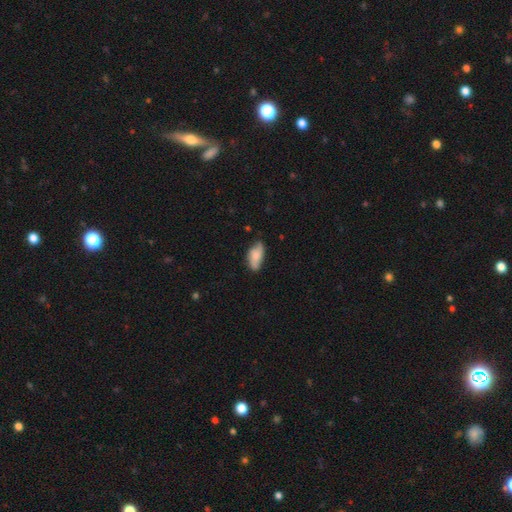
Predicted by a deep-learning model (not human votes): Q: Smooth or featured?
A: smooth (66%); runner-up: featured or disk (26%)
Q: How rounded?
A: in between (88%); runner-up: cigar-shaped (9%)
Q: Merging?
A: none (67%); runner-up: minor disturbance (26%)